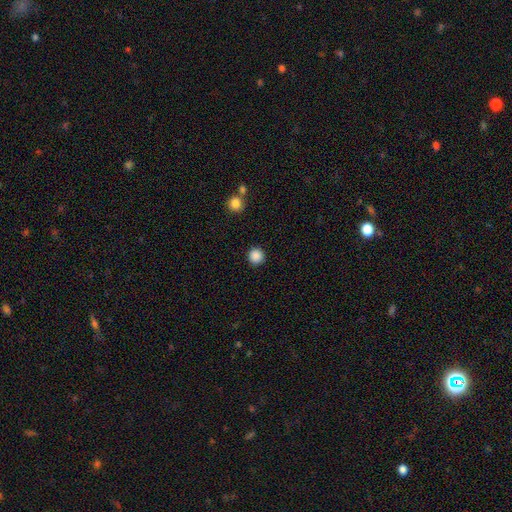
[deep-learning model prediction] Overall: smooth (87%). How rounded: round (94%). Merging: none (92%).